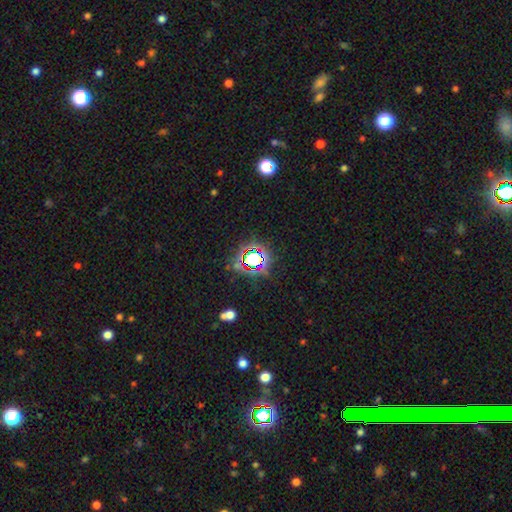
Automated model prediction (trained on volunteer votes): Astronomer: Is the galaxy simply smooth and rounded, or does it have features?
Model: star or artifact — 71%.